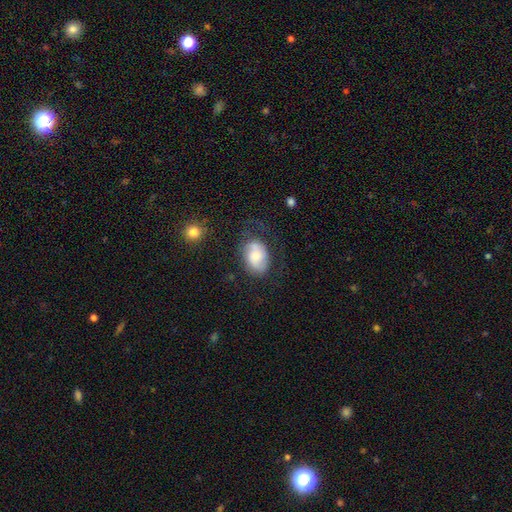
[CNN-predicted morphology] This is possibly a smooth galaxy (57%). How rounded: clearly in between (81%). Merging: possibly none (54%).